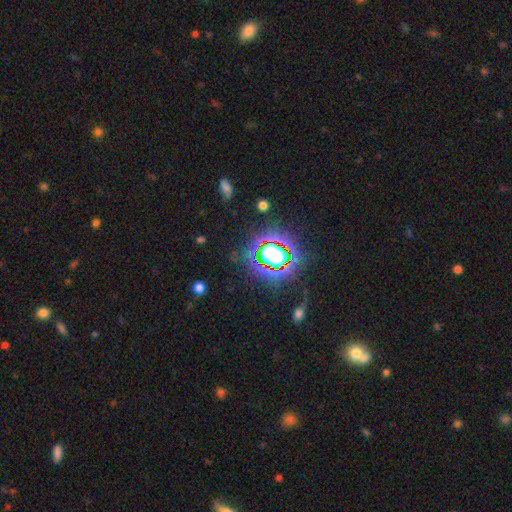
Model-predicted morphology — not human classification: smooth-or-featured: star or artifact: 76% | smooth: 14% | featured or disk: 10%